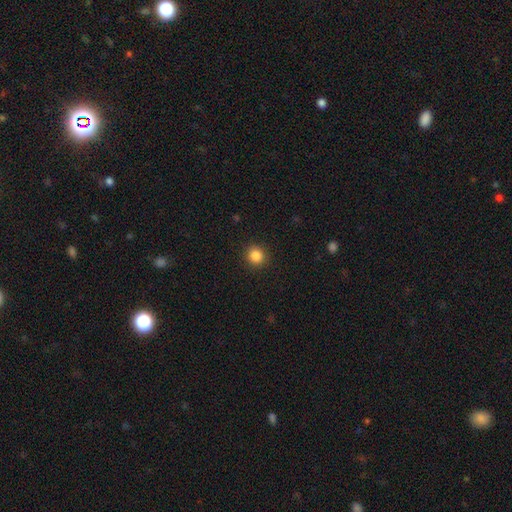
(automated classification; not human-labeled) Overall: smooth (85%). How rounded: round (91%). Merging: none (92%).